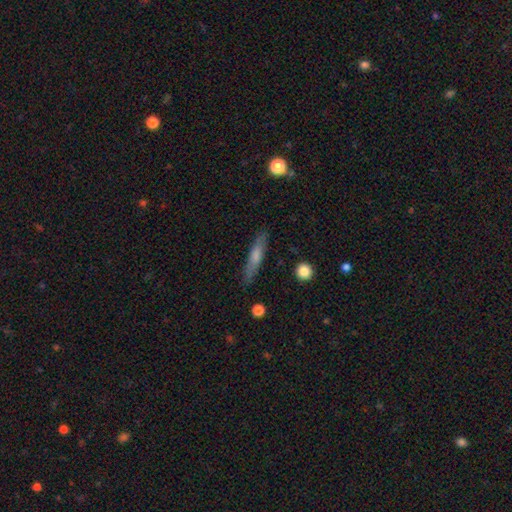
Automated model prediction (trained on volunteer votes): smooth 58%, featured or disk 35%, star or artifact 7%. Down the decision tree: how rounded — cigar-shaped (89%); merging — none (86%).